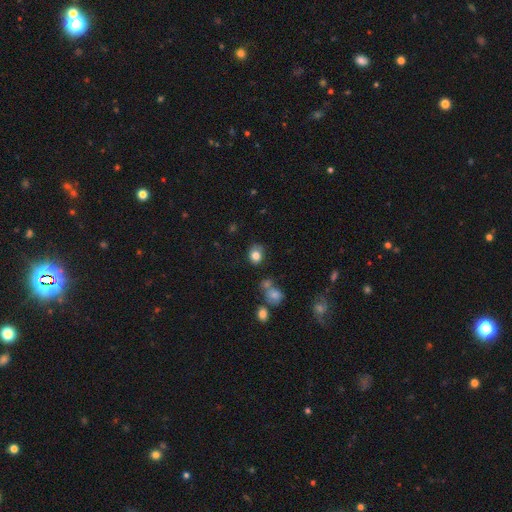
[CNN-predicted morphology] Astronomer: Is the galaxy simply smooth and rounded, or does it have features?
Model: smooth — 80%.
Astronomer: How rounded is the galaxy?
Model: round — 61% (runner-up: in between, 38%).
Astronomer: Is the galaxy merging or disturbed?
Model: none — 70%.